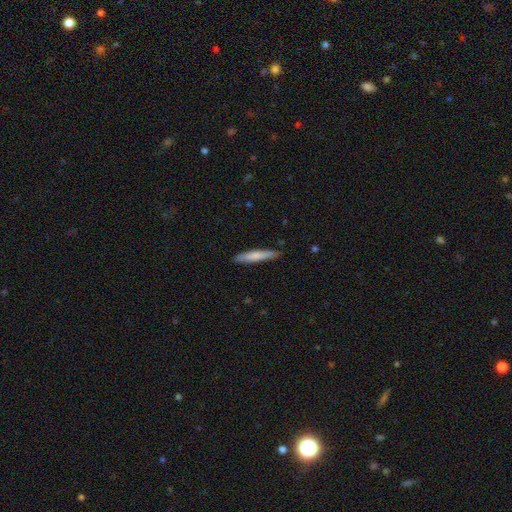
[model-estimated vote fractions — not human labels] A smooth galaxy with no disk features (71%) that is cigar-shaped (93%).

Vote fractions:
- Smooth or featured? smooth: 71% / featured or disk: 24% / star or artifact: 5%
- How rounded? cigar-shaped: 93% / in between: 6% / round: 1%
- Merging? none: 86% / minor disturbance: 11% / major disturbance: 2% / merger: 1%